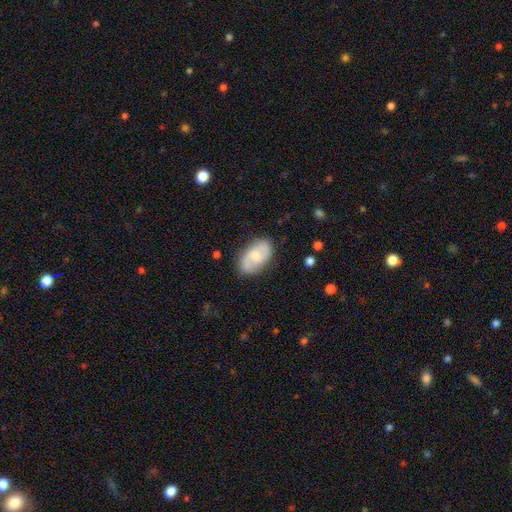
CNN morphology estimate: smooth-or-featured: featured or disk: 55% | smooth: 39% | star or artifact: 6%
  disk-edge-on: no: 96% | yes: 4%
    bar: no: 51% | weak: 42% | strong: 7%
    has-spiral-arms: yes: 85% | no: 15%
    bulge-size: moderate: 45% (tied) | small: 45% (tied) | none: 6% | large: 3% | dominant: 1%
  merging: none: 80% | minor disturbance: 15% | major disturbance: 4% | merger: 1%